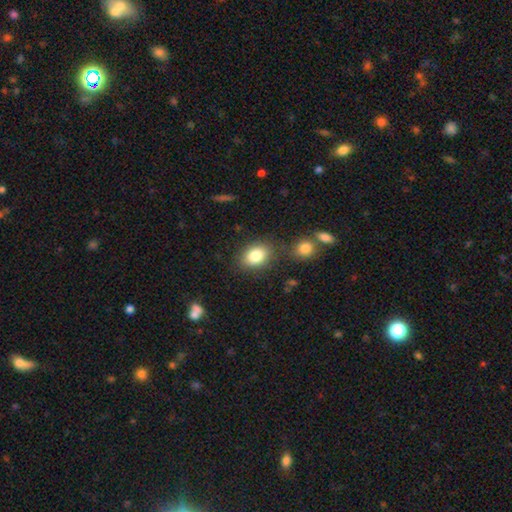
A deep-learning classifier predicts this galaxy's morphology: smooth_or_featured: smooth (p=0.83) [alt: star or artifact p=0.09]
how_rounded: in between (p=0.68) [alt: round p=0.31]
merging: none (p=0.78) [alt: minor disturbance p=0.12]